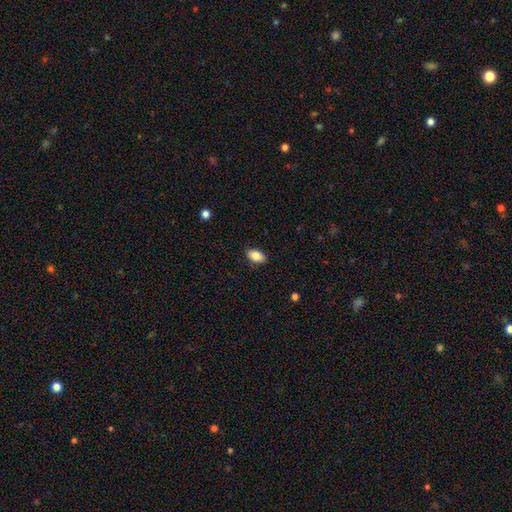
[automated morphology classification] A smooth galaxy with no disk features (84%) that is in between round and cigar-shaped (91%).

Vote fractions:
- Smooth or featured? smooth: 84% / featured or disk: 9% / star or artifact: 8%
- How rounded? in between: 91% / round: 5% / cigar-shaped: 4%
- Merging? none: 86% / minor disturbance: 11% / major disturbance: 2% / merger: 1%